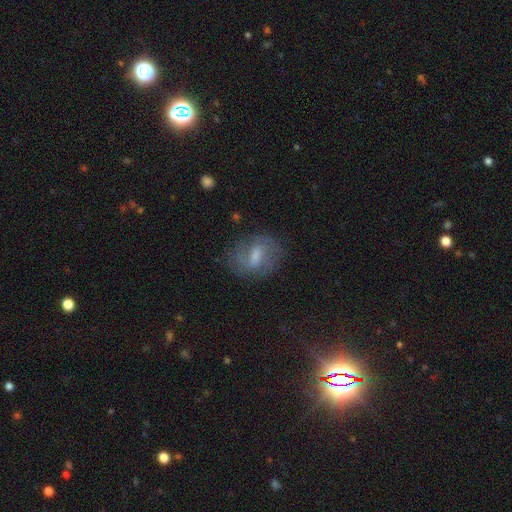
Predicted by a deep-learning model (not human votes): Smooth or featured? featured or disk (54%)
Edge-on disk? no (94%)
Bar? weak (54%)
Spiral arms? yes (77%)
Bulge size? moderate (43%)
Merging? none (73%)